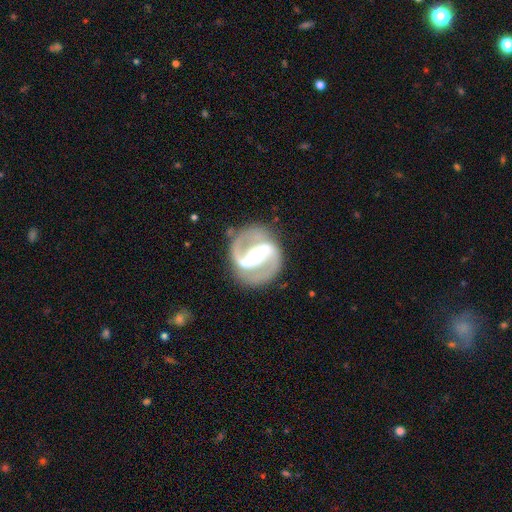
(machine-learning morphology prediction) Smooth or featured? Predicted: featured or disk (p=0.91). Edge-on disk? Predicted: no (p=0.97). Bar? Predicted: strong (p=0.72). Spiral arms? Predicted: yes (p=0.95). Spiral winding? Predicted: medium (p=0.57). Spiral arm count? Predicted: 2 (p=0.93). Bulge size? Predicted: moderate (p=0.63). Merging? Predicted: none (p=0.84).